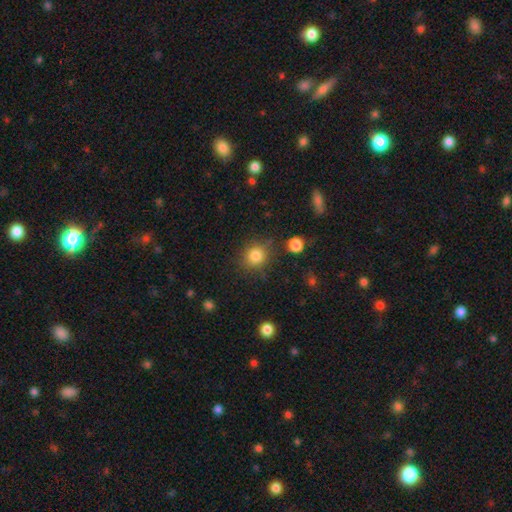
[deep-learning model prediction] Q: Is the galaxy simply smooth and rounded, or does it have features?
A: smooth — 83%.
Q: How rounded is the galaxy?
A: round — 85%.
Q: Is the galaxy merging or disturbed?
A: none — 80%.